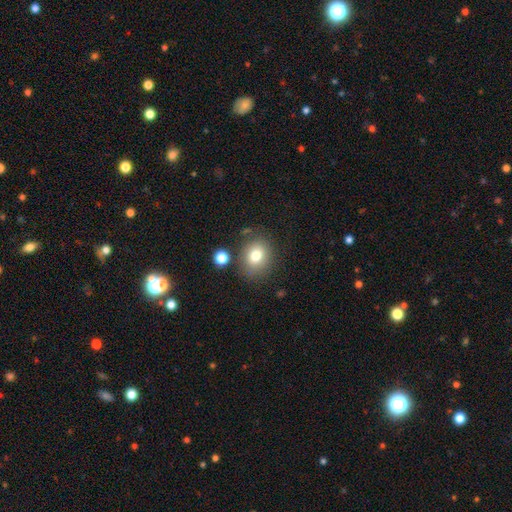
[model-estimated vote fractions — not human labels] This appears to be a smooth galaxy with no disk features (78%) that is round (63%). Merging: none (77%).